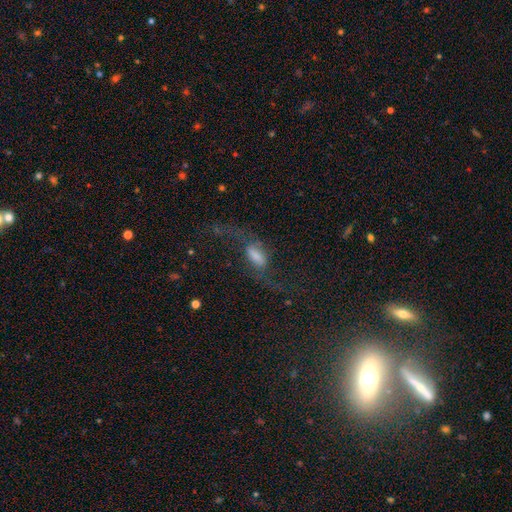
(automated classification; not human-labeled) Overall: featured or disk (60%; smooth 28%). Edge-on disk: no (84%). Bar: weak (44%; strong 29%). Spiral arms: yes (85%). Bulge size: moderate (30%; small 24%). Merging: none (49%; major disturbance 32%).